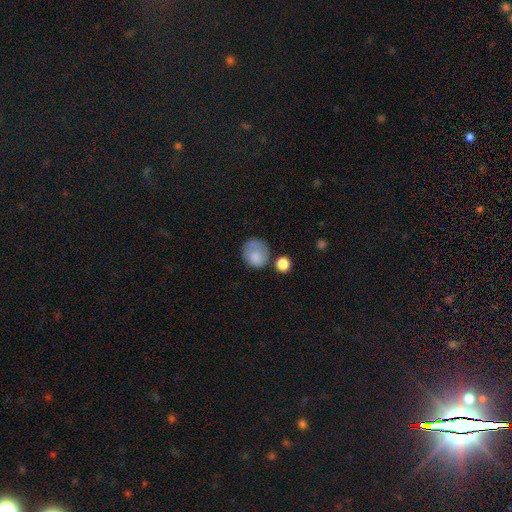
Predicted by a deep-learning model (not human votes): Q: Smooth or featured?
A: smooth (80%); runner-up: featured or disk (12%)
Q: How rounded?
A: round (75%); runner-up: in between (24%)
Q: Merging?
A: none (52%); runner-up: minor disturbance (26%)